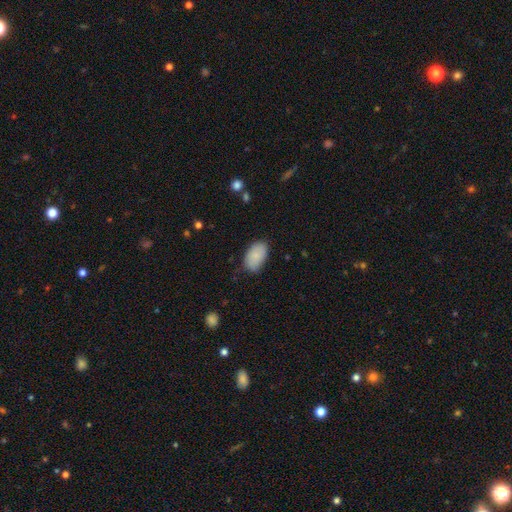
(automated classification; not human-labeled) Overall: smooth (88%). How rounded: in between (94%). Merging: none (77%).